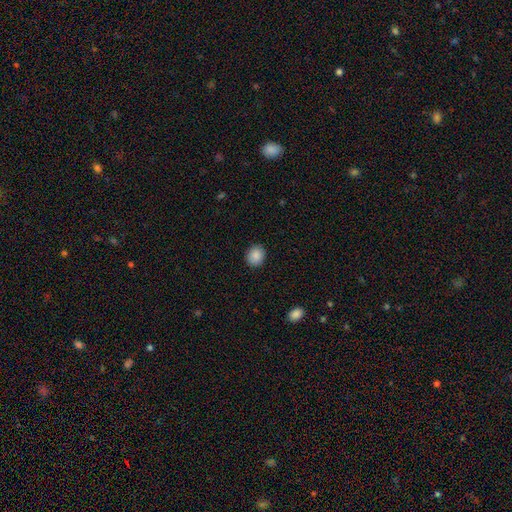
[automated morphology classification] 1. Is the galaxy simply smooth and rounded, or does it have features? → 89% smooth, 8% star or artifact, 3% featured or disk.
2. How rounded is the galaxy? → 64% round, 35% in between, 1% cigar-shaped.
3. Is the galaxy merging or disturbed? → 89% none, 8% minor disturbance, 2% major disturbance, 1% merger.